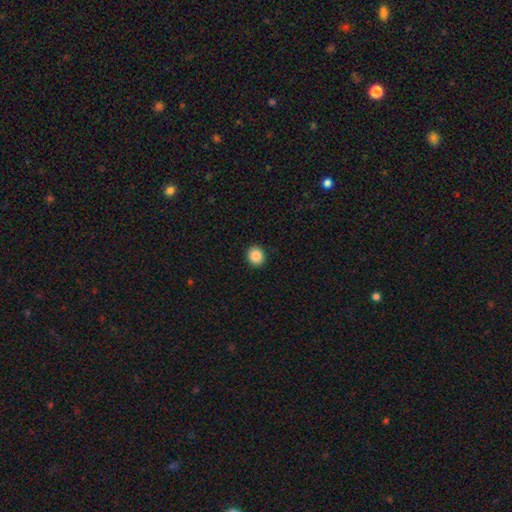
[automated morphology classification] Smooth or featured? Predicted: smooth (p=0.87). How rounded? Predicted: round (p=0.80). Merging? Predicted: none (p=0.93).